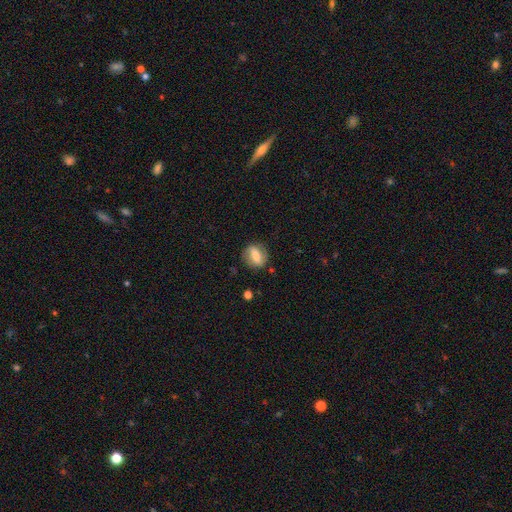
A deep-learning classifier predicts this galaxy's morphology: smooth 61%, featured or disk 31%, star or artifact 8%. Down the decision tree: how rounded — in between (56%); merging — none (78%).